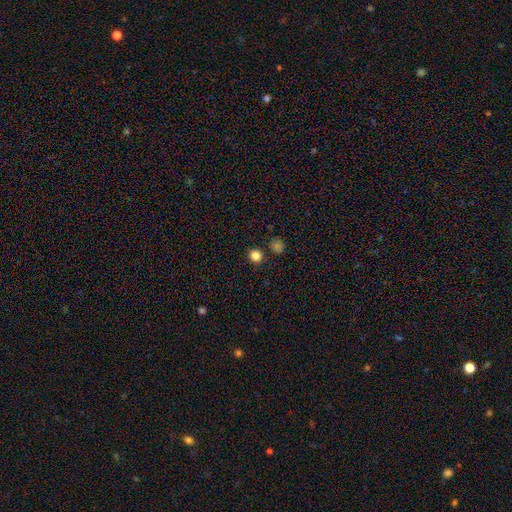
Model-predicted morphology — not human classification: smooth-or-featured: smooth: 82% | star or artifact: 14% | featured or disk: 4%
  how-rounded: round: 90% | in between: 9% | cigar-shaped: 1%
  merging: none: 88% | minor disturbance: 6% | merger: 4% | major disturbance: 2%